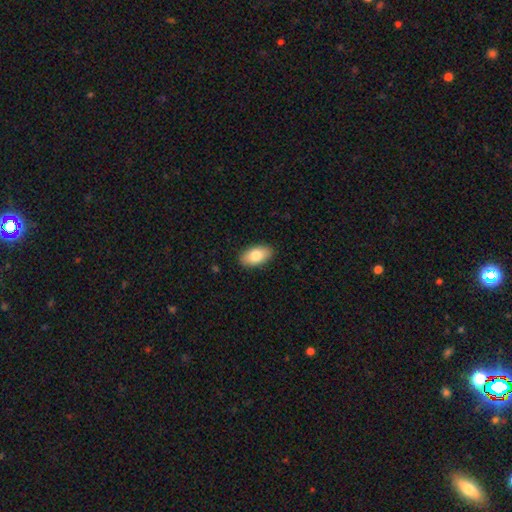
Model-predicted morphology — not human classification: A smooth galaxy with no disk features (80%) that is in between round and cigar-shaped (94%). Merging: none (89%).